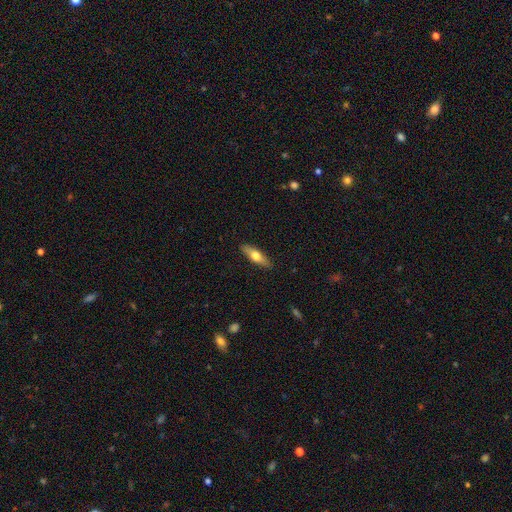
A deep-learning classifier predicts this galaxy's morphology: smooth 57%, featured or disk 37%, star or artifact 6%. Down the decision tree: how rounded — cigar-shaped (56%); merging — none (89%).